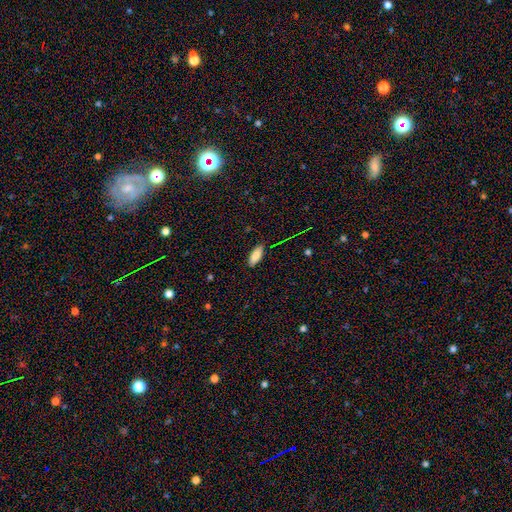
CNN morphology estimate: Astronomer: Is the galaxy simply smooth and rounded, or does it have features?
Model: smooth — 84%.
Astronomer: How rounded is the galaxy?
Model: in between — 80%.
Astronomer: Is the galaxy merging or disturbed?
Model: none — 86%.